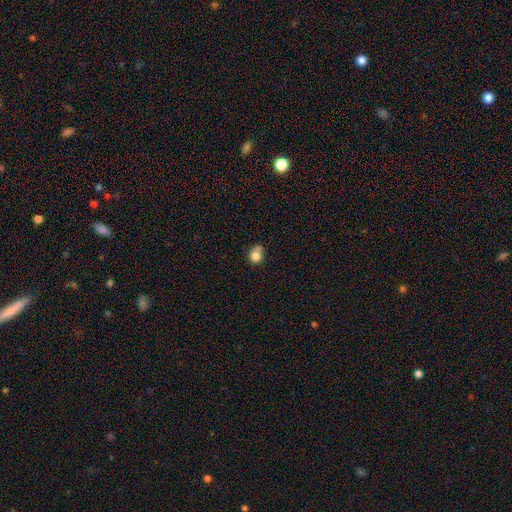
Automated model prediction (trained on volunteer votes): Smooth or featured: smooth — 79% (star or artifact — 11%)
How rounded: round — 72% (in between — 27%)
Merging: none — 48% (minor disturbance — 25%)